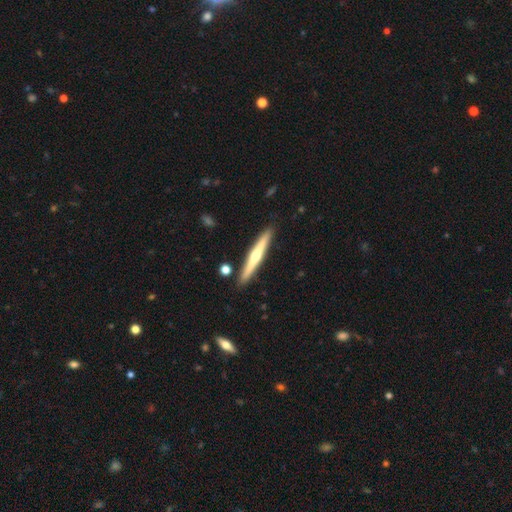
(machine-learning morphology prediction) This is likely a featured or disk galaxy (60%). It is clearly viewed edge-on (97%). Edge-on bulge: clearly rounded (83%). Merging: clearly none (90%).